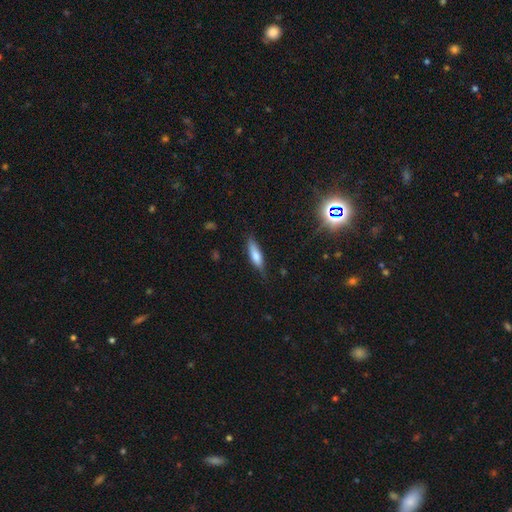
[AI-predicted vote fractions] smooth_or_featured: smooth (p=0.71) [alt: featured or disk p=0.22]
how_rounded: cigar-shaped (p=0.61) [alt: in between p=0.37]
merging: none (p=0.76) [alt: minor disturbance p=0.19]